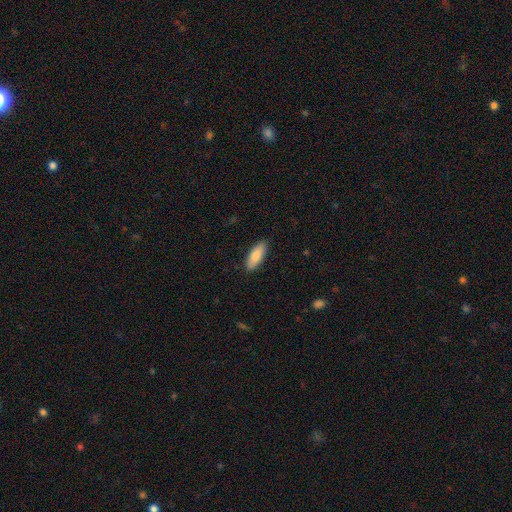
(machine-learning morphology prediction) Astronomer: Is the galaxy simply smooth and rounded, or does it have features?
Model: smooth — 83%.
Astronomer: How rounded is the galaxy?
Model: in between — 72%.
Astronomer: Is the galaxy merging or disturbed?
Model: none — 88%.